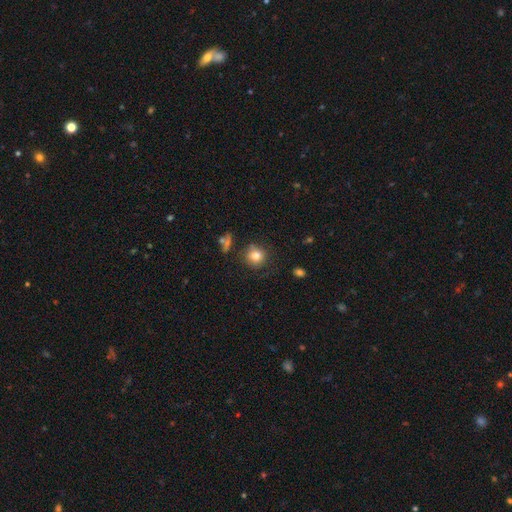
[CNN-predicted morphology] The model was most divided on "merging": none: 78%, minor disturbance: 14%, major disturbance: 4%, merger: 4%. More confident: how rounded — round (88%); smooth or featured — smooth (80%).